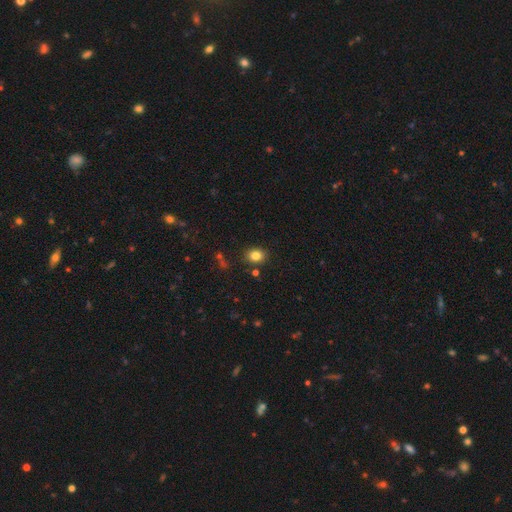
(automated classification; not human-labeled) smooth-or-featured: smooth: 83% | star or artifact: 11% | featured or disk: 6%
  how-rounded: round: 57% | in between: 42% | cigar-shaped: 1%
  merging: none: 84% | minor disturbance: 10% | merger: 3% | major disturbance: 3%